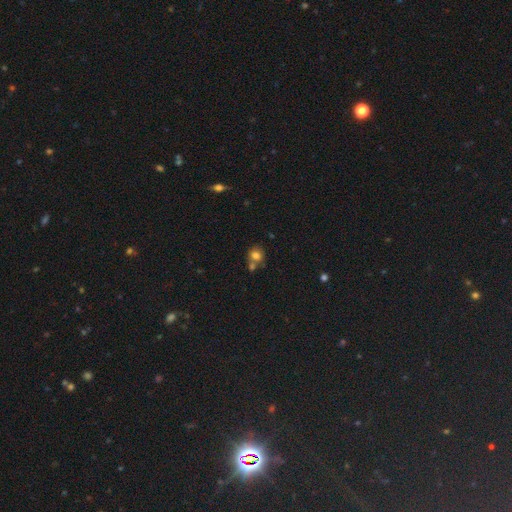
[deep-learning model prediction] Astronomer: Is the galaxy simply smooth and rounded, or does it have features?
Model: smooth — 77%.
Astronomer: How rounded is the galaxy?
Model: round — 74%.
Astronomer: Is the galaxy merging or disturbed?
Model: none — 52% (runner-up: merger, 33%).